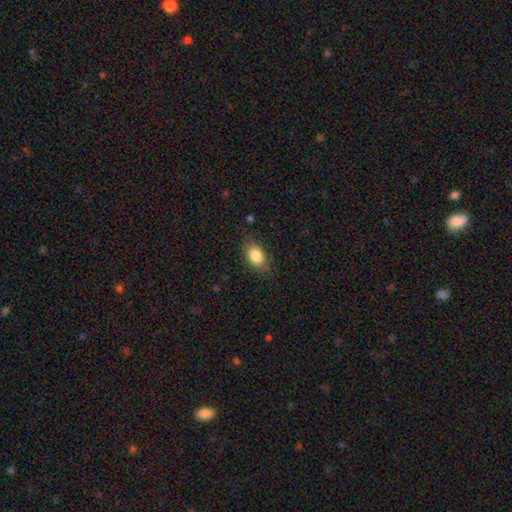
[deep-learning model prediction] A smooth galaxy with no disk features (83%) that is in between round and cigar-shaped (84%).

Vote fractions:
- Smooth or featured? smooth: 83% / featured or disk: 9% / star or artifact: 8%
- How rounded? in between: 84% / round: 13% / cigar-shaped: 3%
- Merging? none: 77% / minor disturbance: 18% / major disturbance: 4% / merger: 1%